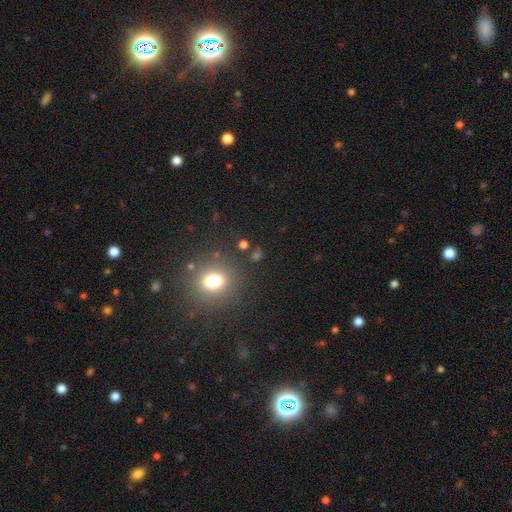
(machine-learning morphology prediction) Smooth or featured: smooth — 62% (star or artifact — 28%)
How rounded: round — 63% (in between — 35%)
Merging: none — 85% (minor disturbance — 8%)